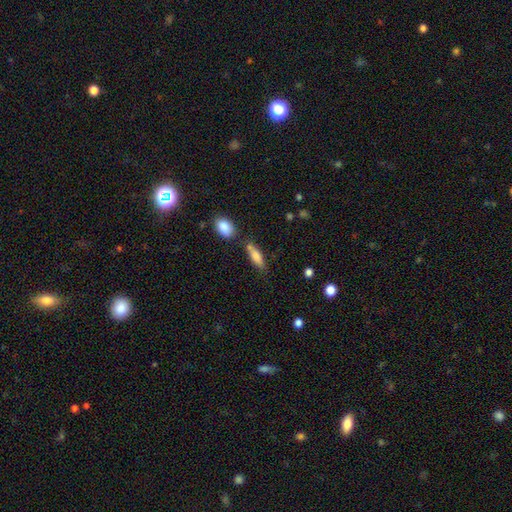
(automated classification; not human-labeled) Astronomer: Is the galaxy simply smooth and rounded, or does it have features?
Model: smooth — 77%.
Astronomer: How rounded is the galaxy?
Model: cigar-shaped — 49%, tied with in between at 49%.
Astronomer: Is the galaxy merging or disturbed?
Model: none — 63%.